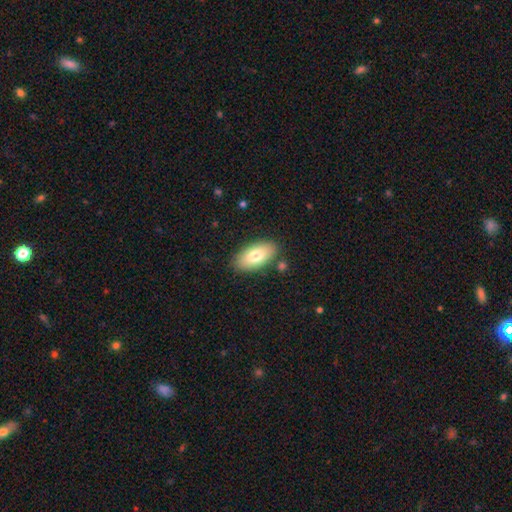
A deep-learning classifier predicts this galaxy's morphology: The model was most divided on "smooth or featured": smooth: 76%, featured or disk: 18%, star or artifact: 7%. More confident: how rounded — in between (93%); merging — none (84%).